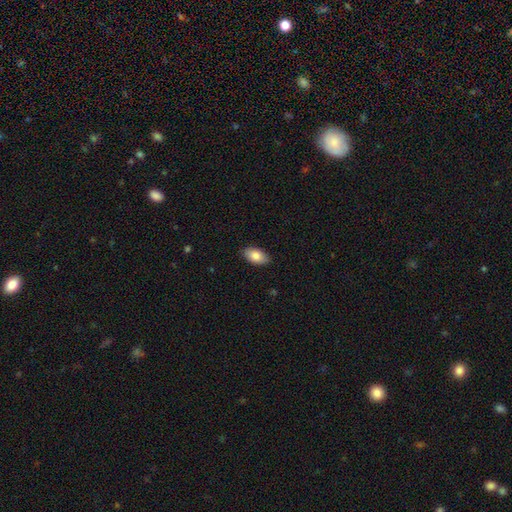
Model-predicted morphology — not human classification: smooth-or-featured: smooth: 84% | featured or disk: 9% | star or artifact: 7%
  how-rounded: in between: 94% | round: 3% | cigar-shaped: 2%
  merging: none: 88% | minor disturbance: 9% | major disturbance: 2% | merger: 1%